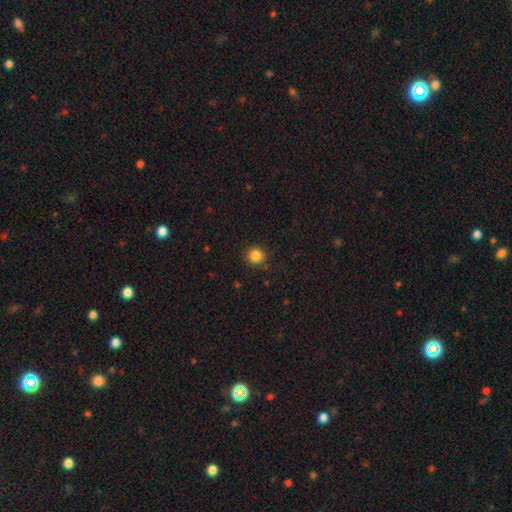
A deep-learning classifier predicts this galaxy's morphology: A smooth galaxy with no disk features (85%) that is round (91%). Merging: none (89%).